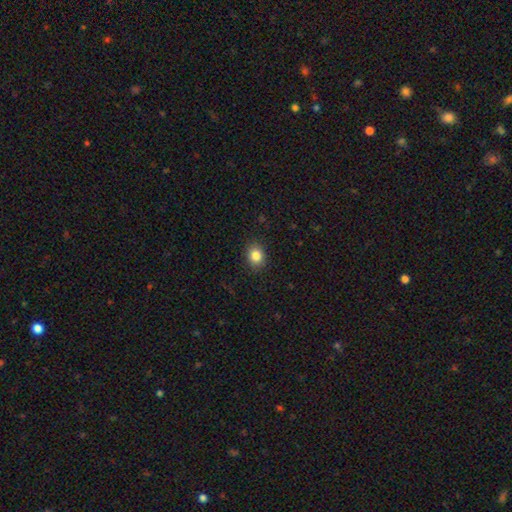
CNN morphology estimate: This appears to be a smooth galaxy with no disk features (85%) that is round (52%). Merging: none (88%).